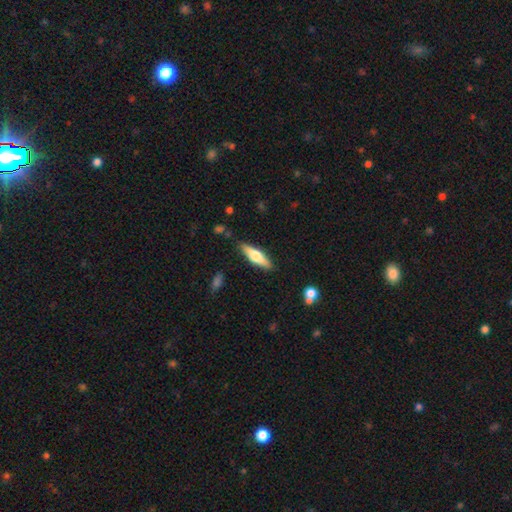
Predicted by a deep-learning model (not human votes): Smooth or featured? Predicted: smooth (p=0.48). Merging? Predicted: none (p=0.86).